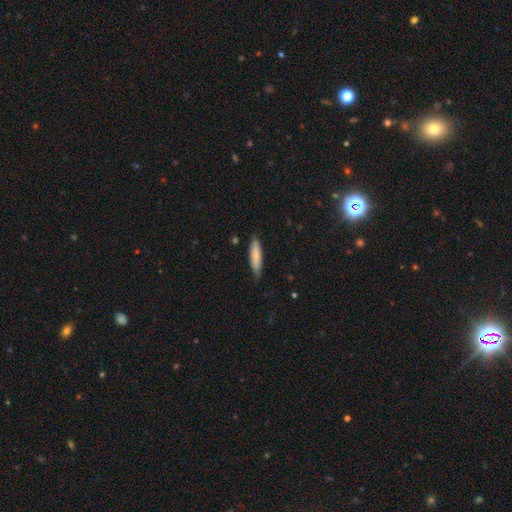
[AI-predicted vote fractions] Smooth or featured? smooth (80%)
How rounded? cigar-shaped (74%)
Merging? none (76%)